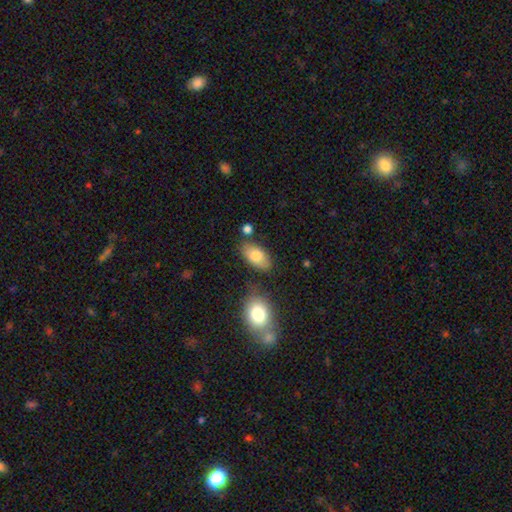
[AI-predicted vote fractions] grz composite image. It shows a smooth galaxy with no disk features (79%) that is in between round and cigar-shaped (93%). Merging: none (70%).